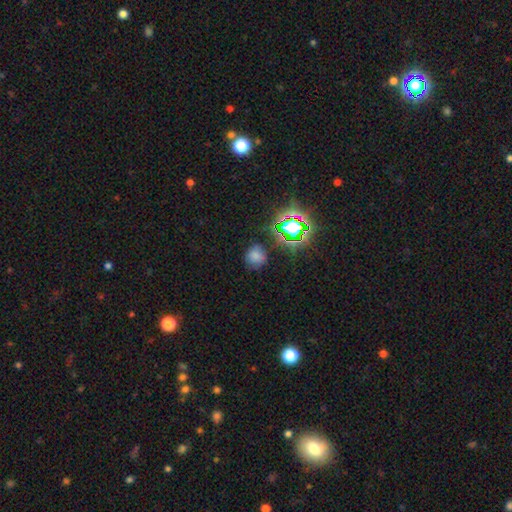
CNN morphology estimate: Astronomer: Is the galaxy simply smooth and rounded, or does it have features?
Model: smooth — 67%.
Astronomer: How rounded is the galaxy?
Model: round — 84%.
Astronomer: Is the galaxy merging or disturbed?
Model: none — 78%.